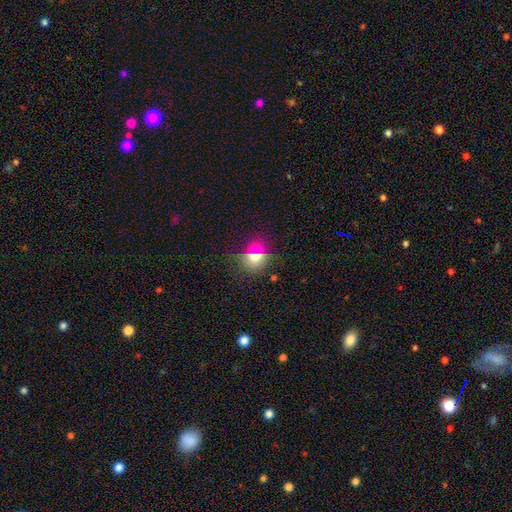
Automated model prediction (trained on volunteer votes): Smooth or featured? smooth (67%)
How rounded? round (67%)
Merging? none (82%)